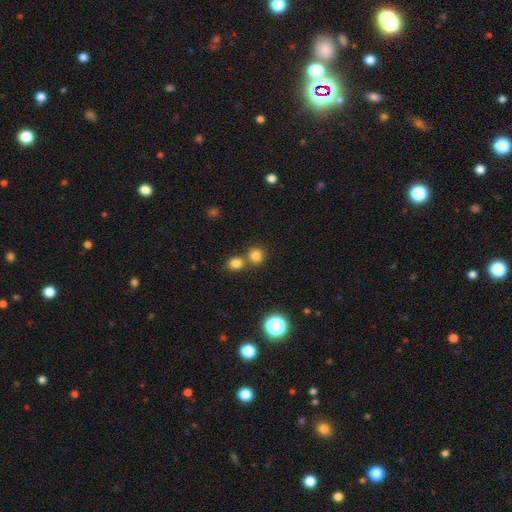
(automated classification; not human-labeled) Smooth or featured? Predicted: smooth (p=0.79). How rounded? Predicted: round (p=0.87). Merging? Predicted: none (p=0.60).